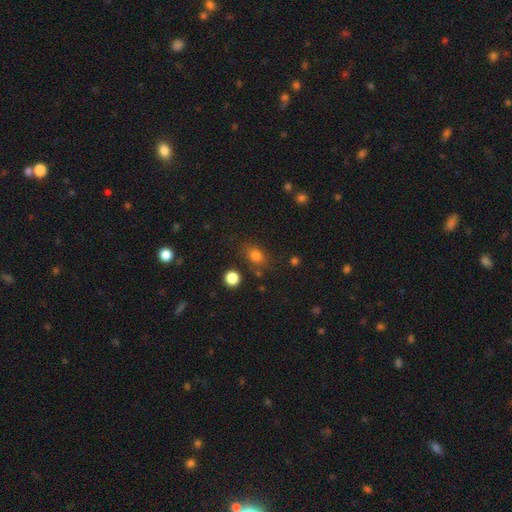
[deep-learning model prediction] Overall: smooth (80%). How rounded: in between (62%; round 36%). Merging: none (75%).